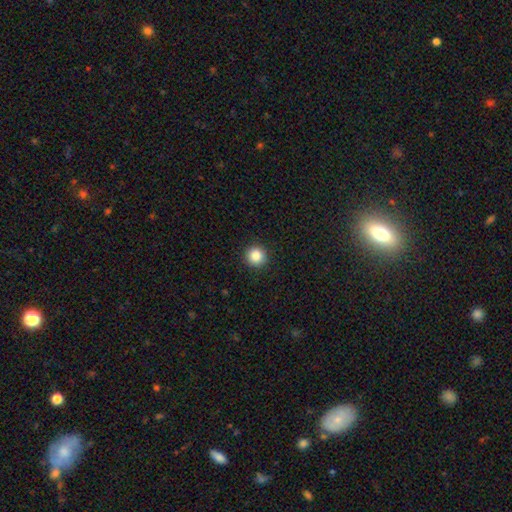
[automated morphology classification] This appears to be a smooth galaxy with no disk features (86%) that is round (95%). Merging: none (92%).